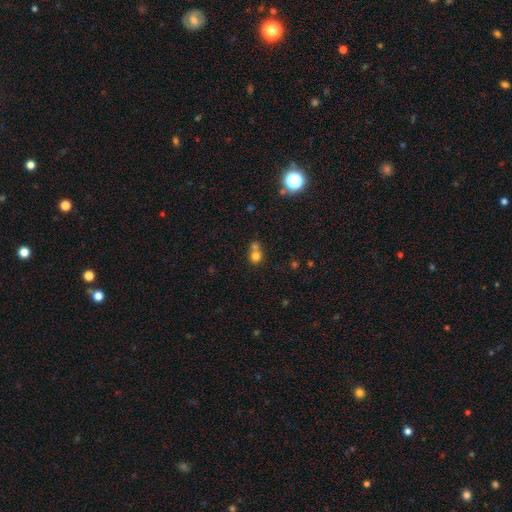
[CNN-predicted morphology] Q: Smooth or featured?
A: smooth (75%); runner-up: star or artifact (14%)
Q: How rounded?
A: round (80%); runner-up: in between (19%)
Q: Merging?
A: merger (53%); runner-up: none (38%)